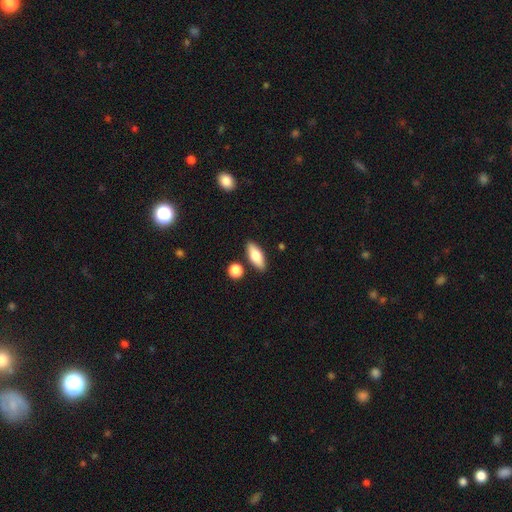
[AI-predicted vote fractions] Smooth or featured? smooth (73%)
How rounded? in between (75%)
Merging? none (85%)